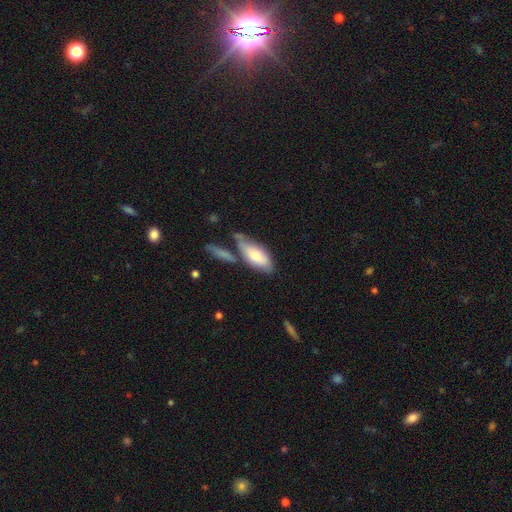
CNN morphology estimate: This appears to be a smooth galaxy with no disk features (71%) that is in between round and cigar-shaped (85%). Merging: none (48%).